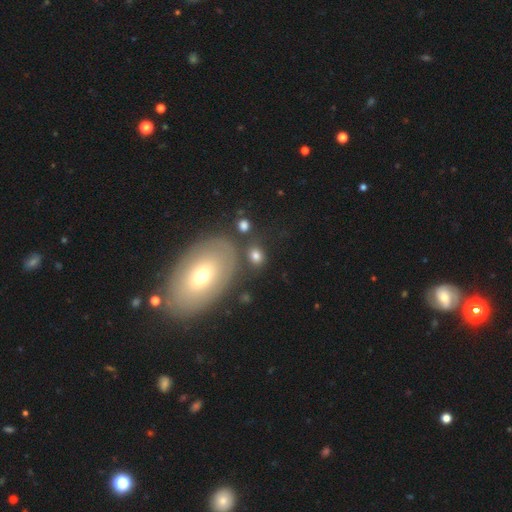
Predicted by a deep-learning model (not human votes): smooth_or_featured: smooth (p=0.76) [alt: featured or disk p=0.13]
how_rounded: in between (p=0.51) [alt: round p=0.47]
merging: none (p=0.68) [alt: minor disturbance p=0.13]